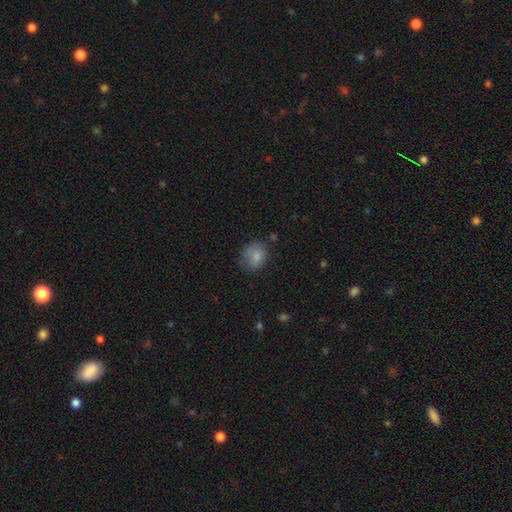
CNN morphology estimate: type=smooth (81%); roundness=round (61%); merging=none (62%).